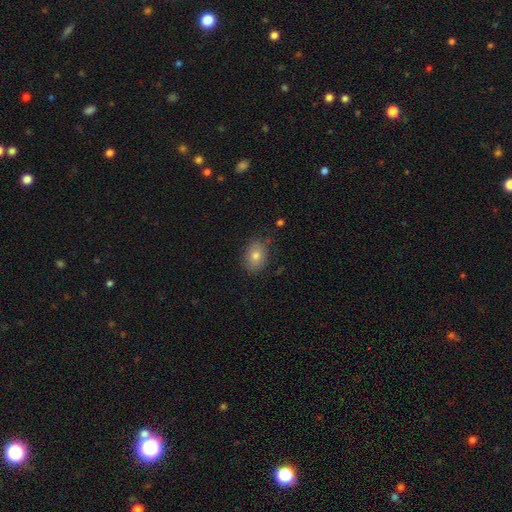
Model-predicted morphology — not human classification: type=smooth (77%); roundness=in between (67%); merging=none (79%).